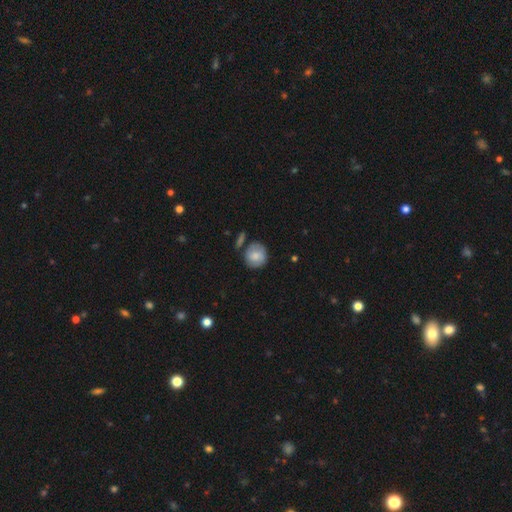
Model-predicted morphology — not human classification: Overall: smooth (75%). How rounded: round (86%). Merging: none (69%).